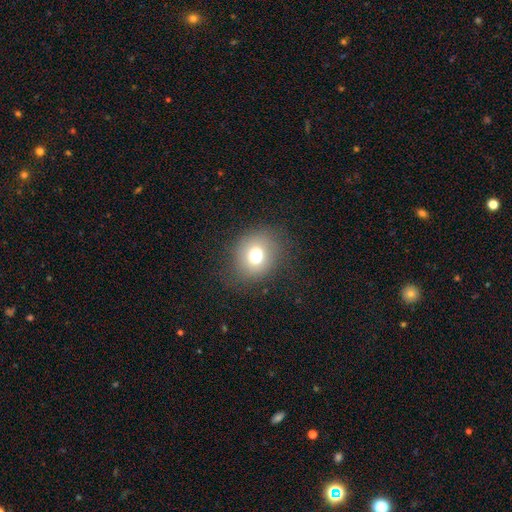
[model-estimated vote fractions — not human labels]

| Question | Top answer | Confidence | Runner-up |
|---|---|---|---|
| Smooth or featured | smooth | 72% | star or artifact (14%) |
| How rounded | round | 67% | in between (32%) |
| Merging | none | 80% | minor disturbance (12%) |